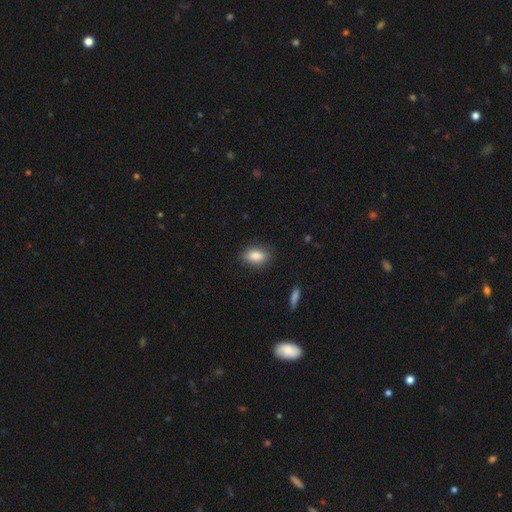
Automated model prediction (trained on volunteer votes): smooth-or-featured: smooth: 86% | star or artifact: 7% | featured or disk: 7%
  how-rounded: in between: 88% | round: 8% | cigar-shaped: 4%
  merging: none: 83% | minor disturbance: 12% | major disturbance: 3% | merger: 1%